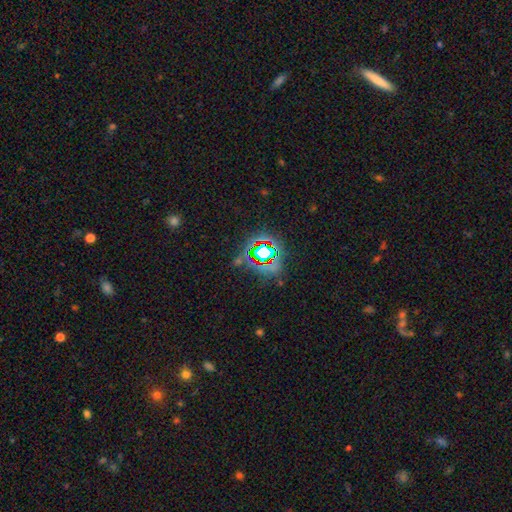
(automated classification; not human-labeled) A star or artifact, not a galaxy (72%).